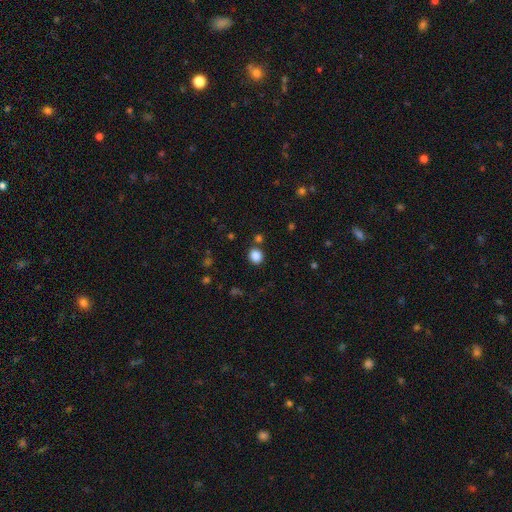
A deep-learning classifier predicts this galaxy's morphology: Overall: smooth (85%). How rounded: round (78%). Merging: none (83%).